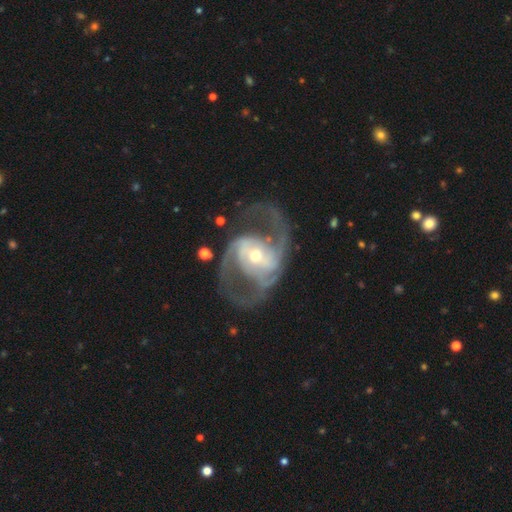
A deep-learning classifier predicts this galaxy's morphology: Smooth or featured: featured or disk — 90% (smooth — 5%)
Edge-on disk: no — 97% (yes — 3%)
Bar: weak — 37% (no — 32%)
Spiral arms: yes — 95% (no — 5%)
Spiral winding: medium — 56% (loose — 28%)
Spiral arm count: 2 — 84% (3 — 5%)
Bulge size: moderate — 50% (small — 44%)
Merging: none — 64% (major disturbance — 19%)